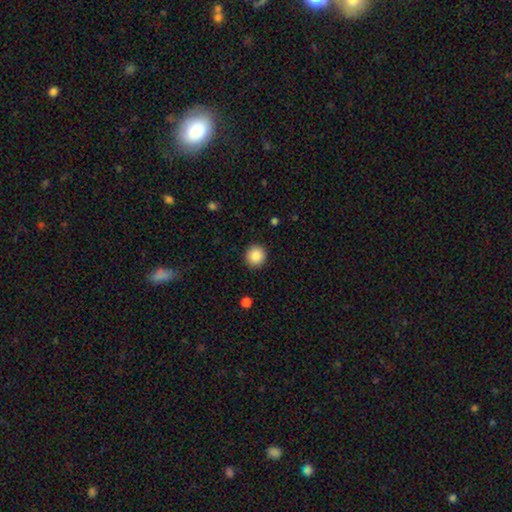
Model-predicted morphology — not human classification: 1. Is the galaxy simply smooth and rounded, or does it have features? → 88% smooth, 9% star or artifact, 3% featured or disk.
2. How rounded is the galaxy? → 94% round, 5% in between, 1% cigar-shaped.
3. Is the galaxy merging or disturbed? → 92% none, 5% minor disturbance, 2% major disturbance, 1% merger.